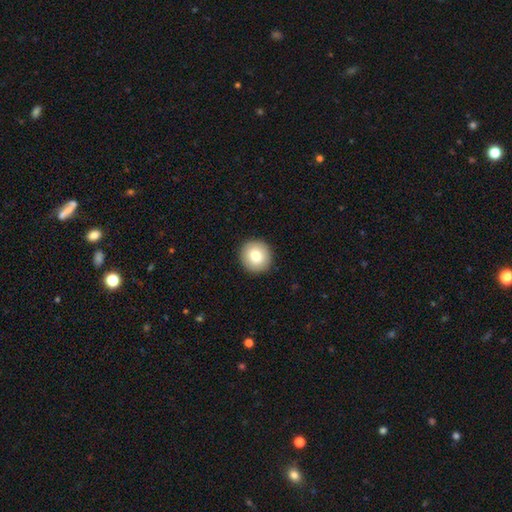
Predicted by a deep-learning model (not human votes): Morphology: type=smooth (80%); roundness=round (93%); merging=none (92%).